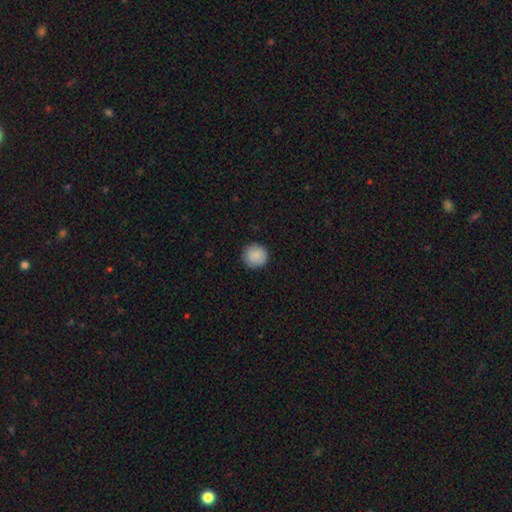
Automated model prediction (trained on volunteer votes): smooth-or-featured: smooth: 88% | star or artifact: 7% | featured or disk: 5%
  how-rounded: round: 93% | in between: 6% | cigar-shaped: 1%
  merging: none: 89% | minor disturbance: 9% | major disturbance: 2% | merger: 1%